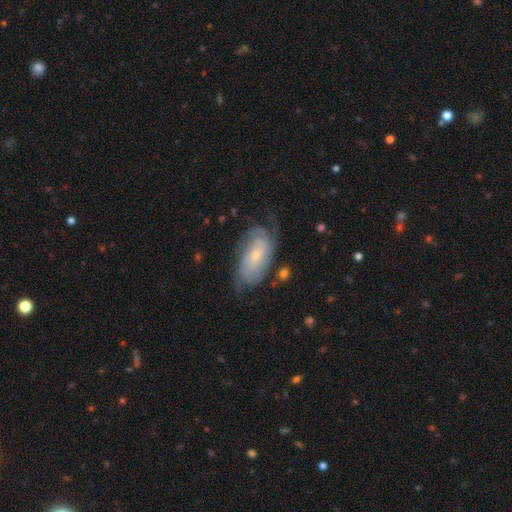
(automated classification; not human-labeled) Morphology: type=featured or disk (68%); edge-on=no (93%); bar=no (67%); spiral arms=yes (89%); winding=tight (51%); arm count=can't tell (42%); bulge=small (68%); merging=none (58%).